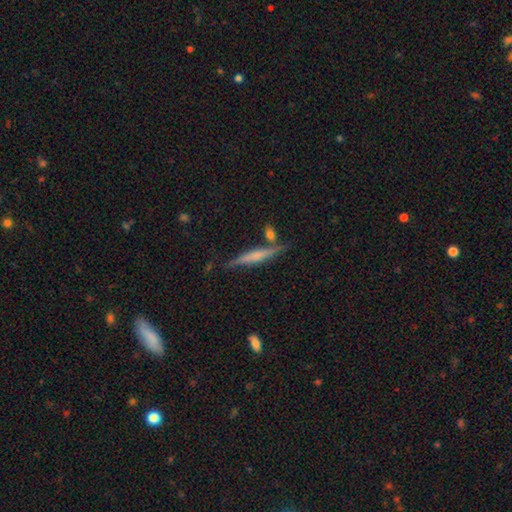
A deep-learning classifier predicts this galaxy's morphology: type=featured or disk (52%); edge-on=yes (96%); merging=none (76%).